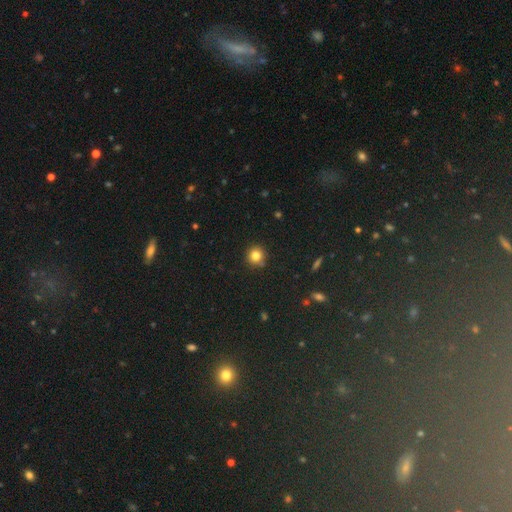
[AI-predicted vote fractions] smooth-or-featured: smooth: 81% | star or artifact: 13% | featured or disk: 6%
  how-rounded: round: 93% | in between: 6% | cigar-shaped: 1%
  merging: none: 86% | minor disturbance: 8% | merger: 3% | major disturbance: 2%